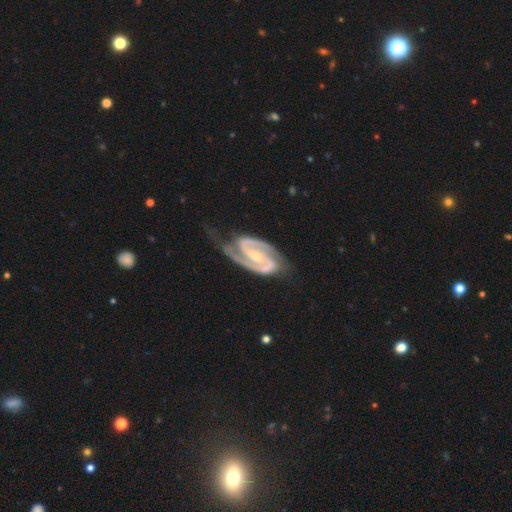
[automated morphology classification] This appears to be a featured or disk galaxy (94%) with a strong bar (38%), 2 (93%) tight (48%) spiral arms (99%) and a small central bulge (65%). Merging: none (65%).